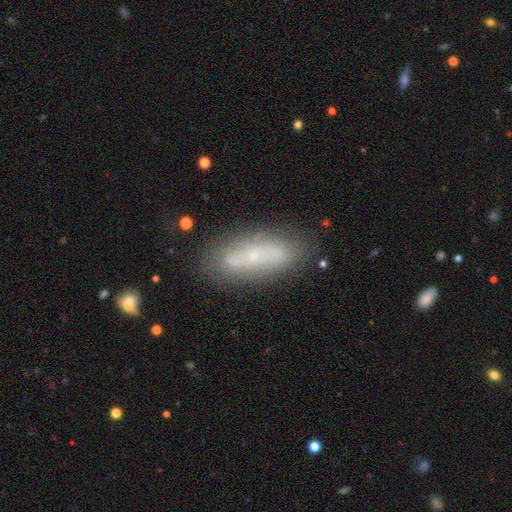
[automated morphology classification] This is possibly a smooth galaxy (47%). Merging: likely none (77%).